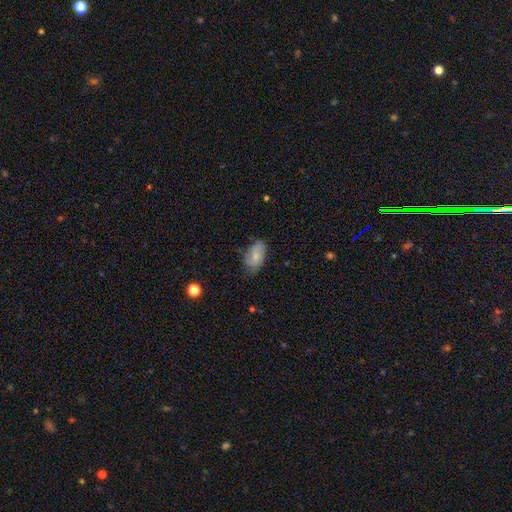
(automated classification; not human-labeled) This appears to be a smooth galaxy with no disk features (71%) that is in between round and cigar-shaped (92%). Merging: none (69%).